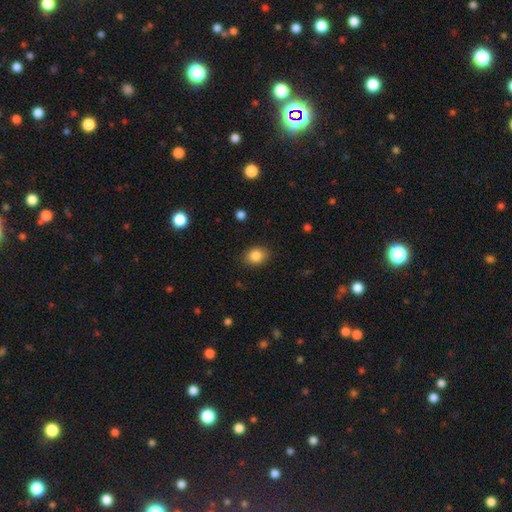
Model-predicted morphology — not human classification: type=smooth (86%); roundness=in between (54%); merging=none (85%).